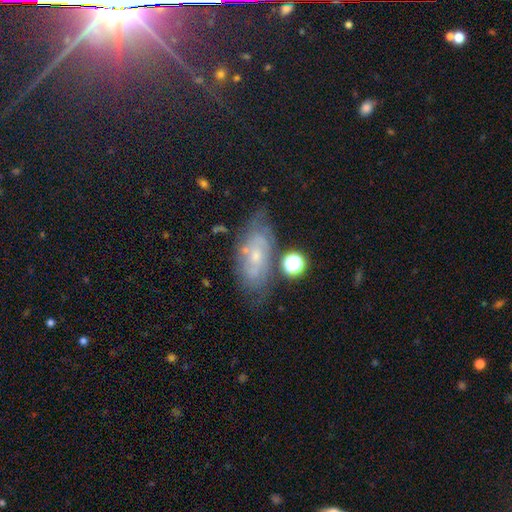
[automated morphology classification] smooth_or_featured: featured or disk (p=0.62) [alt: smooth p=0.24]
disk_edge_on: no (p=0.90) [alt: yes p=0.10]
bar: no (p=0.69) [alt: weak p=0.26]
has_spiral_arms: yes (p=0.78) [alt: no p=0.22]
bulge_size: small (p=0.67) [alt: moderate p=0.27]
merging: none (p=0.63) [alt: minor disturbance p=0.22]